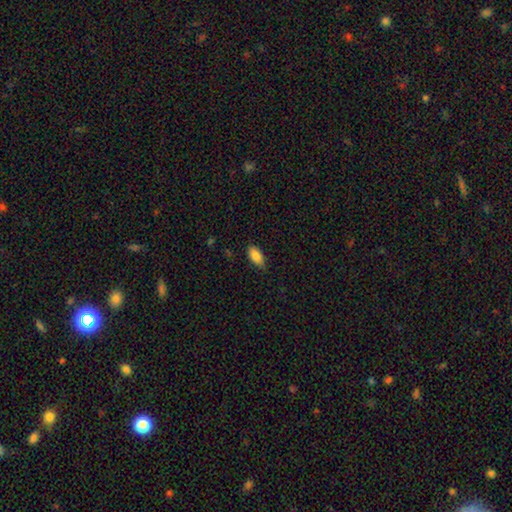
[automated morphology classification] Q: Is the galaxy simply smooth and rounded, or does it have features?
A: smooth — 87%.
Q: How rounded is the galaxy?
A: in between — 91%.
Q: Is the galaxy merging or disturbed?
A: none — 78%.